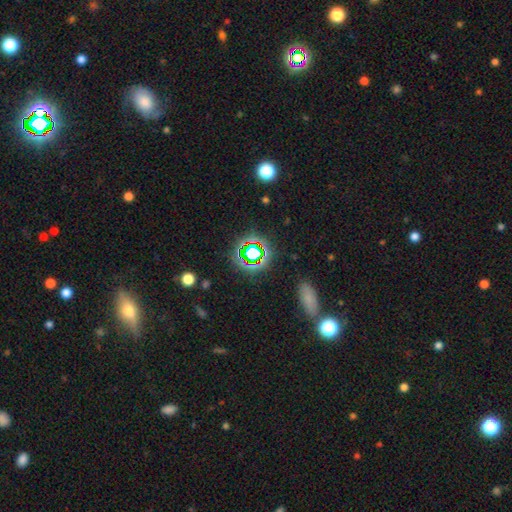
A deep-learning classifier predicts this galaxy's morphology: smooth_or_featured: star or artifact (p=0.68) [alt: smooth p=0.21]